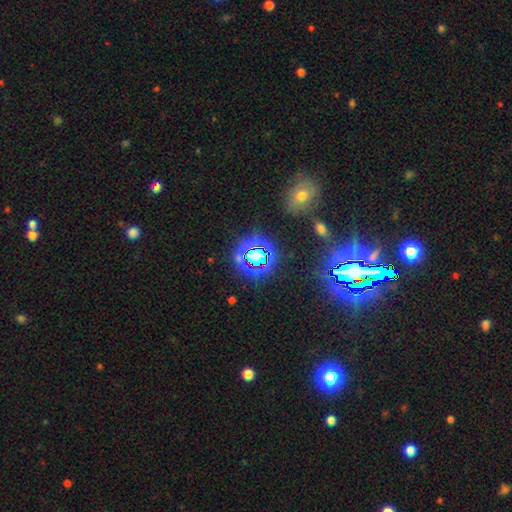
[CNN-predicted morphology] type=star or artifact (69%).